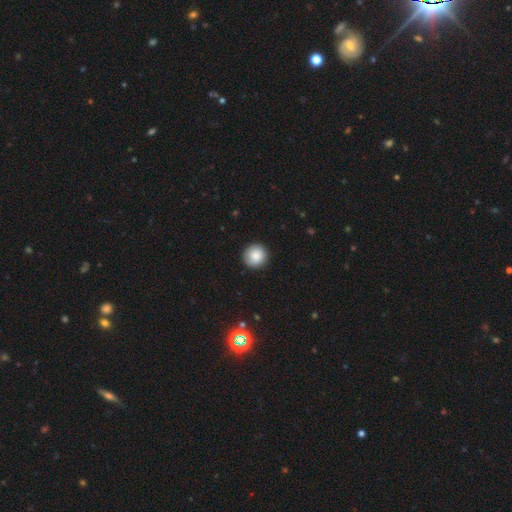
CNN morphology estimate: Q: Smooth or featured?
A: smooth (86%); runner-up: star or artifact (8%)
Q: How rounded?
A: round (94%); runner-up: in between (5%)
Q: Merging?
A: none (91%); runner-up: minor disturbance (6%)